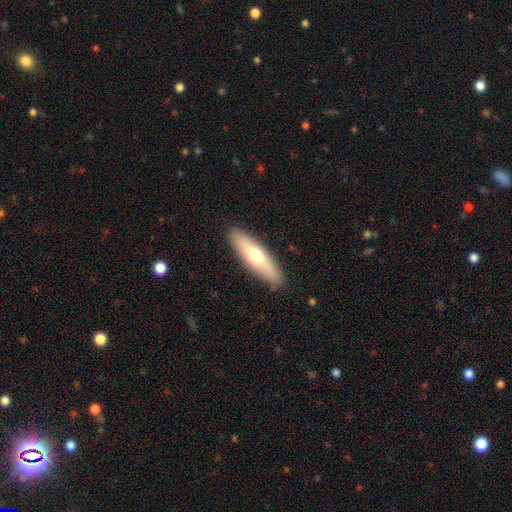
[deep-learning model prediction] Smooth or featured? Predicted: smooth (p=0.63). How rounded? Predicted: cigar-shaped (p=0.65). Merging? Predicted: none (p=0.89).